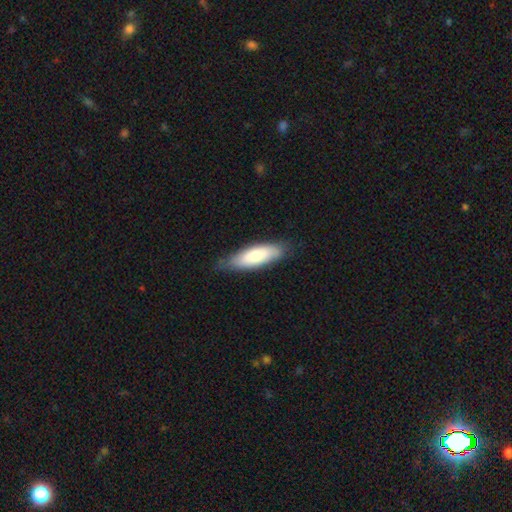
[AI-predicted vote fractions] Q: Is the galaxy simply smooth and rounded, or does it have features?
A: smooth — 73%.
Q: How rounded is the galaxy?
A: in between — 58%.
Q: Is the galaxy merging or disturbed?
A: none — 73%.